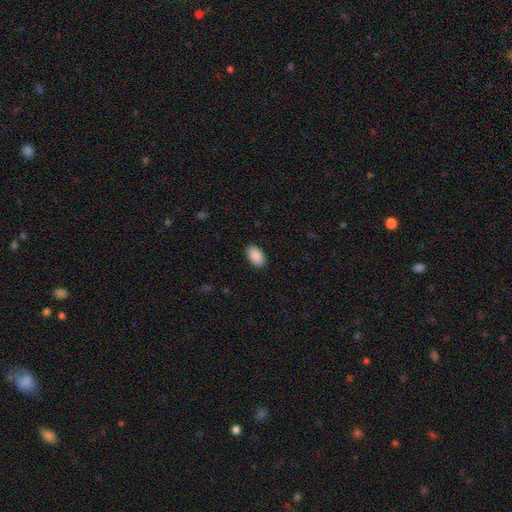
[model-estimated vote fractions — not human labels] Smooth or featured? Predicted: smooth (p=0.91). How rounded? Predicted: in between (p=0.94). Merging? Predicted: none (p=0.89).